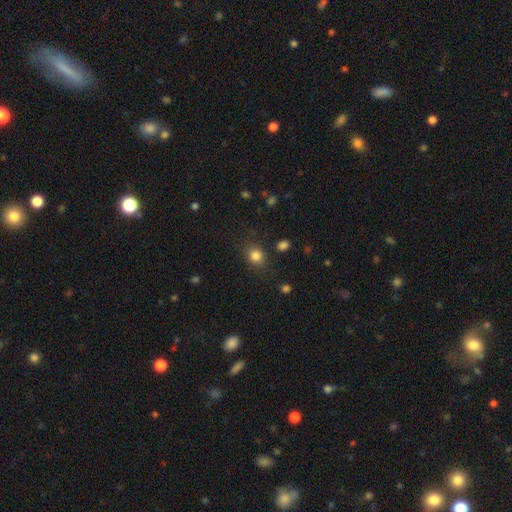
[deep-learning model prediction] Morphology: type=smooth (83%); roundness=round (68%); merging=none (82%).